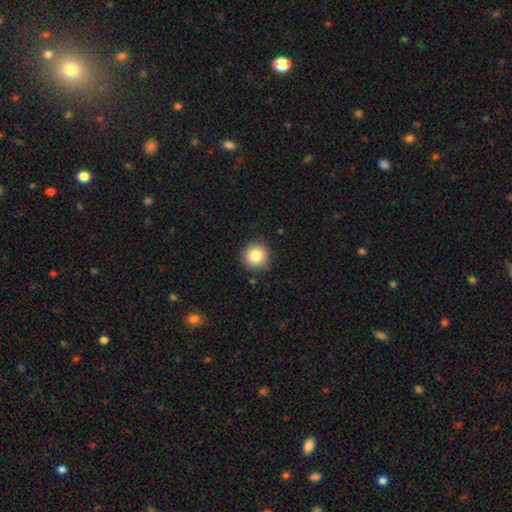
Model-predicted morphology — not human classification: This appears to be a smooth galaxy with no disk features (84%) that is round (95%). Merging: none (90%).